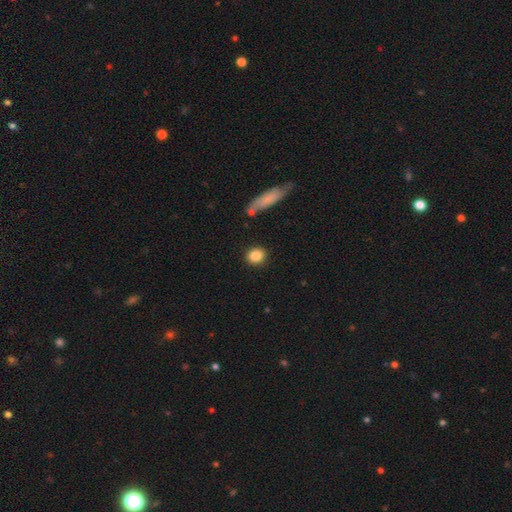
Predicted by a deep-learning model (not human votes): A smooth galaxy with no disk features (86%) that is round (78%).

Vote fractions:
- Smooth or featured? smooth: 86% / star or artifact: 9% / featured or disk: 6%
- How rounded? round: 78% / in between: 20% / cigar-shaped: 2%
- Merging? none: 88% / minor disturbance: 7% / merger: 3% / major disturbance: 2%